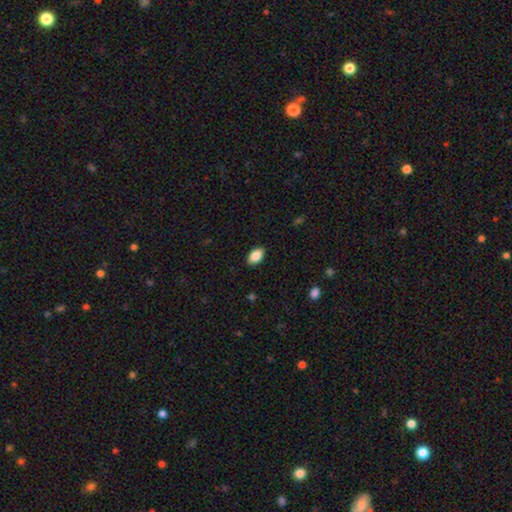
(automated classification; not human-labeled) smooth_or_featured: smooth (p=0.86) [alt: star or artifact p=0.07]
how_rounded: in between (p=0.93) [alt: round p=0.05]
merging: none (p=0.89) [alt: minor disturbance p=0.09]